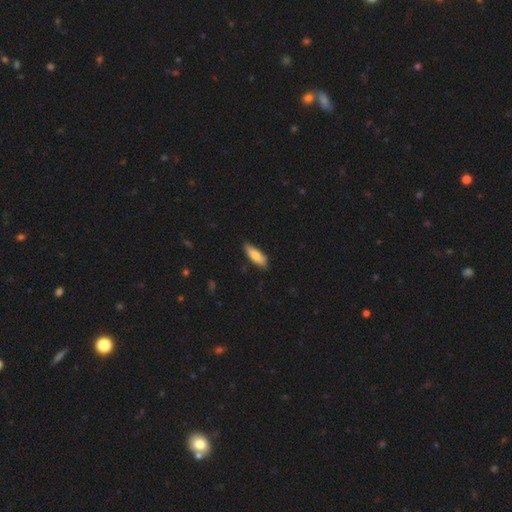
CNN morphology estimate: This is likely a smooth galaxy (77%). How rounded: possibly in between (53%). Merging: likely none (78%).